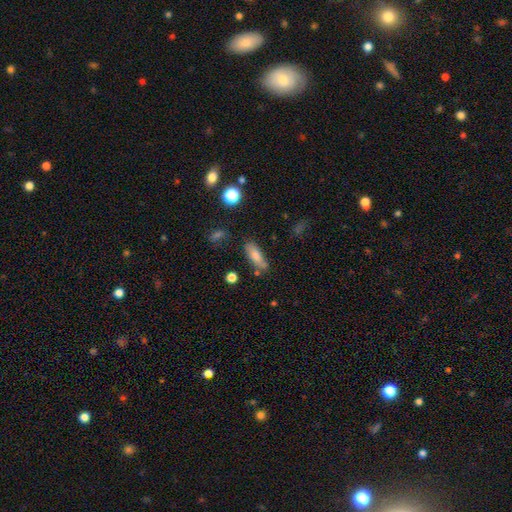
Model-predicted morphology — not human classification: A smooth galaxy with no disk features (75%) that is in between round and cigar-shaped (66%). Merging: none (71%).